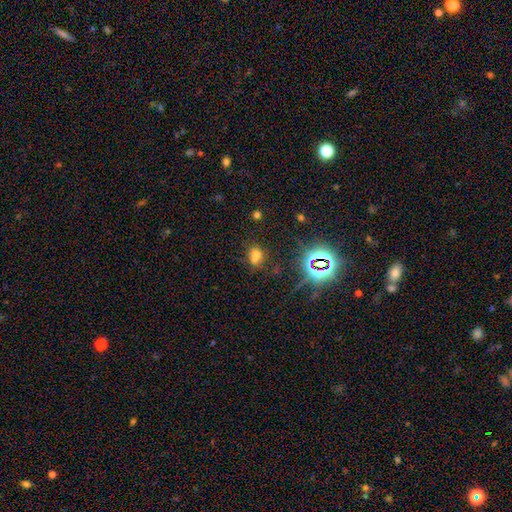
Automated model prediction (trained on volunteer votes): smooth-or-featured: smooth: 58% | star or artifact: 29% | featured or disk: 13%
  how-rounded: in between: 53% | round: 45% | cigar-shaped: 2%
  merging: none: 45% | merger: 36% | minor disturbance: 13% | major disturbance: 6%